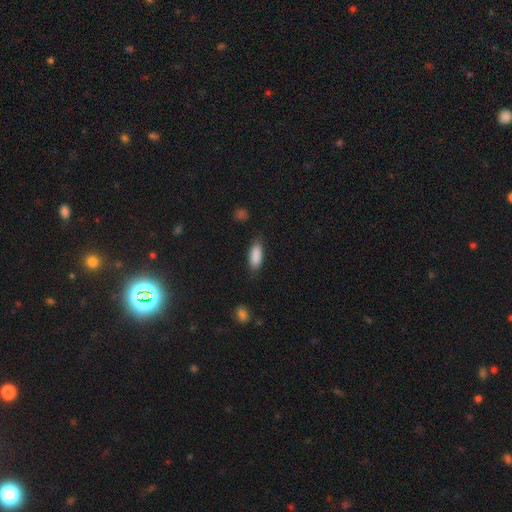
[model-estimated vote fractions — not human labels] The model was most divided on "how rounded": in between: 78%, cigar-shaped: 20%, round: 2%. More confident: smooth or featured — smooth (89%); merging — none (80%).